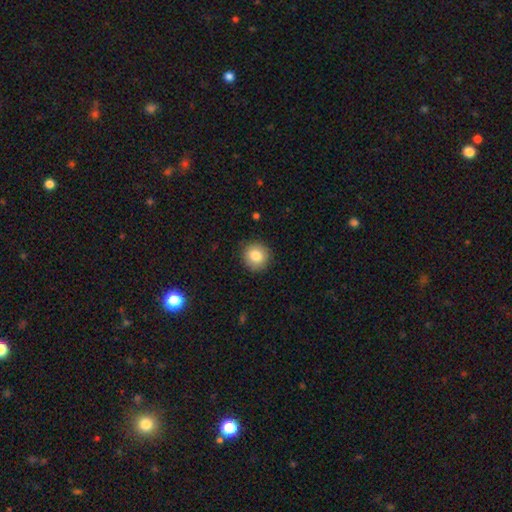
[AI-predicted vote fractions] Smooth or featured? smooth (84%)
How rounded? round (93%)
Merging? none (90%)